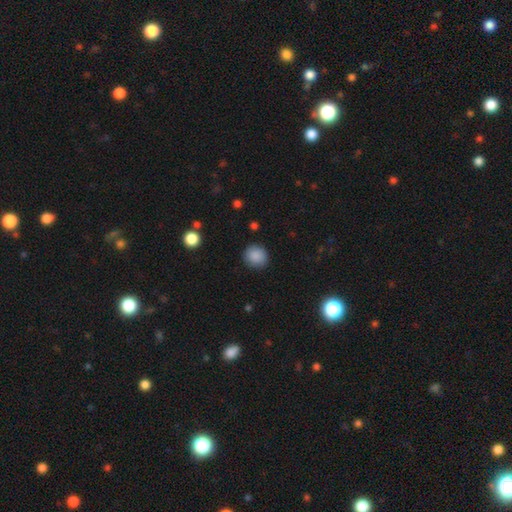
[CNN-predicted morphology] The model was most divided on "how rounded": round: 86%, in between: 13%, cigar-shaped: 1%. More confident: merging — none (88%); smooth or featured — smooth (88%).